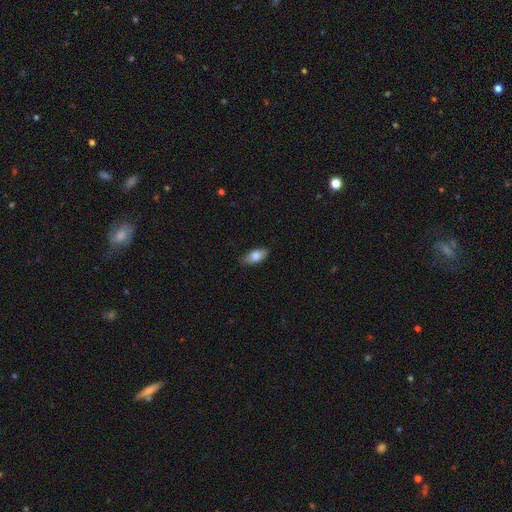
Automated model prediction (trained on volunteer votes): A smooth galaxy with no disk features (83%) that is in between round and cigar-shaped (90%).

Vote fractions:
- Smooth or featured? smooth: 83% / featured or disk: 11% / star or artifact: 7%
- How rounded? in between: 90% / cigar-shaped: 7% / round: 4%
- Merging? none: 85% / minor disturbance: 12% / major disturbance: 2% / merger: 1%